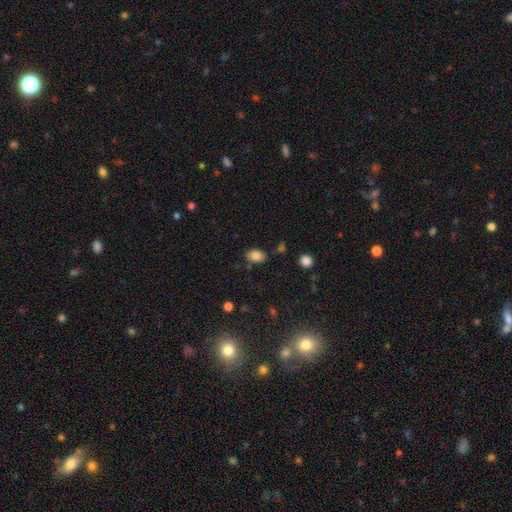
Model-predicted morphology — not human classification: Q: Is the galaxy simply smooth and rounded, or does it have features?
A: smooth — 85%.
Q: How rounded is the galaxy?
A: in between — 83%.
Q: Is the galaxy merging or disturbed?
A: none — 78%.